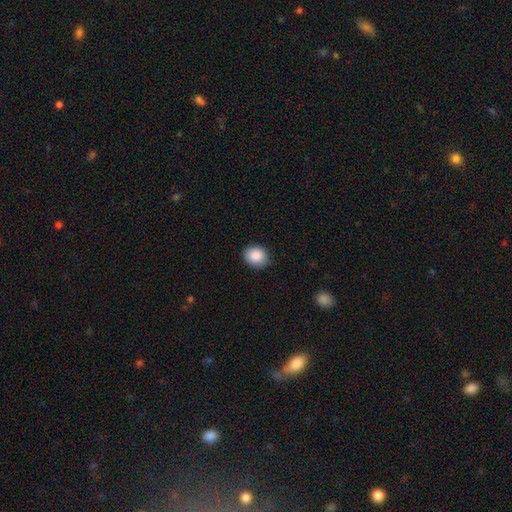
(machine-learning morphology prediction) This appears to be a smooth galaxy with no disk features (88%) that is round (55%). Merging: none (88%).